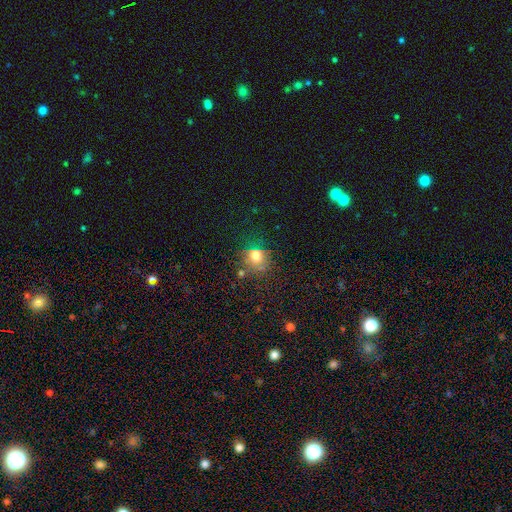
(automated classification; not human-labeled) Smooth or featured: smooth — 73% (star or artifact — 15%)
How rounded: round — 76% (in between — 23%)
Merging: none — 60% (minor disturbance — 20%)